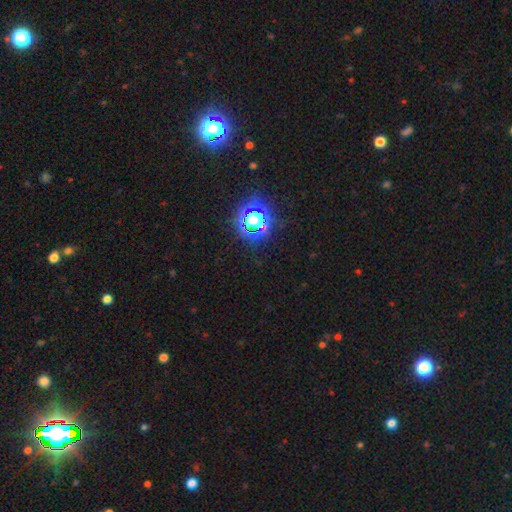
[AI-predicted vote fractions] This is clearly a star or artifact rather than a galaxy (81%).